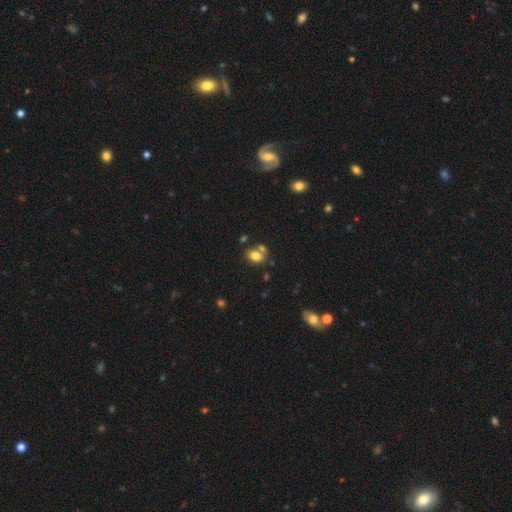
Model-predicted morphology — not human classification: Overall: smooth (78%). How rounded: in between (72%). Merging: none (54%; merger 29%).